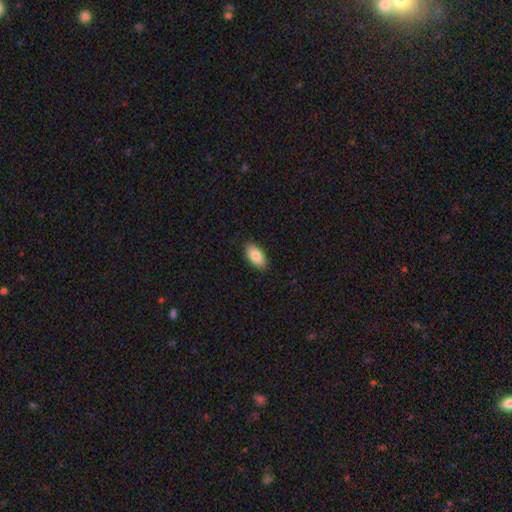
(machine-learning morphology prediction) Smooth or featured: smooth — 84% (featured or disk — 9%)
How rounded: in between — 93% (cigar-shaped — 4%)
Merging: none — 89% (minor disturbance — 8%)